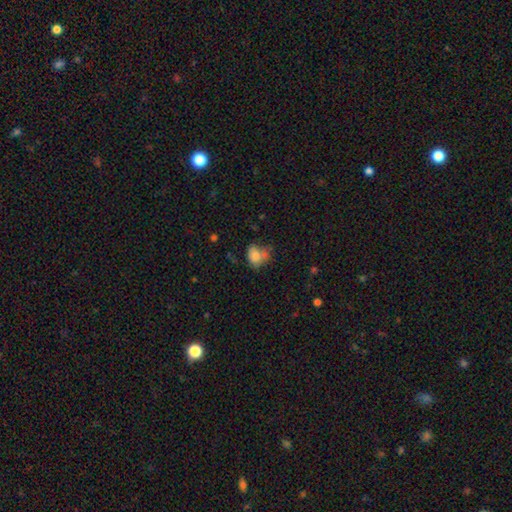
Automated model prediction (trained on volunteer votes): Smooth or featured? smooth (78%)
How rounded? in between (69%)
Merging? none (37%)